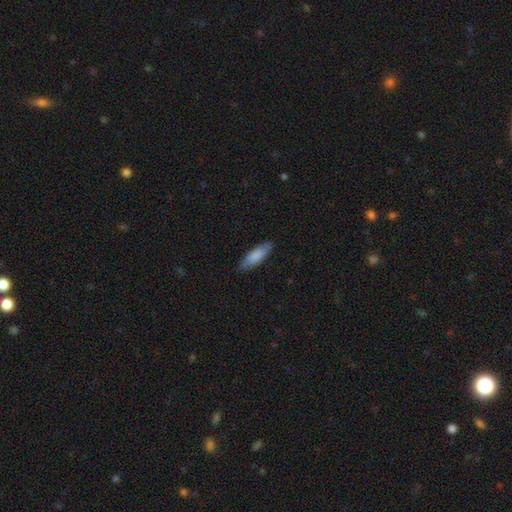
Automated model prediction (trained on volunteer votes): Smooth or featured? smooth (82%)
How rounded? in between (55%)
Merging? none (81%)